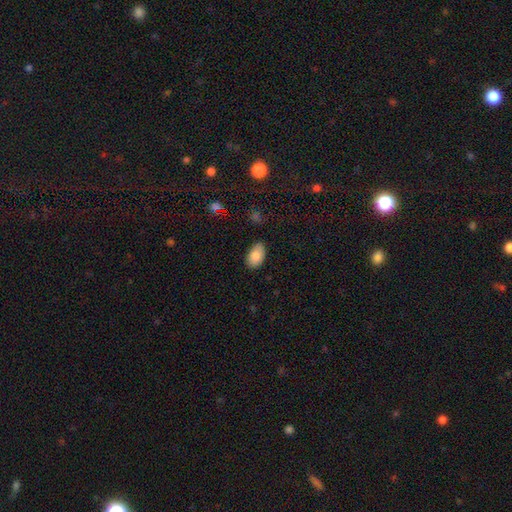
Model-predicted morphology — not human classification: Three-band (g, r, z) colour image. It shows a smooth galaxy with no disk features (82%) that is in between round and cigar-shaped (92%). Merging: none (80%).